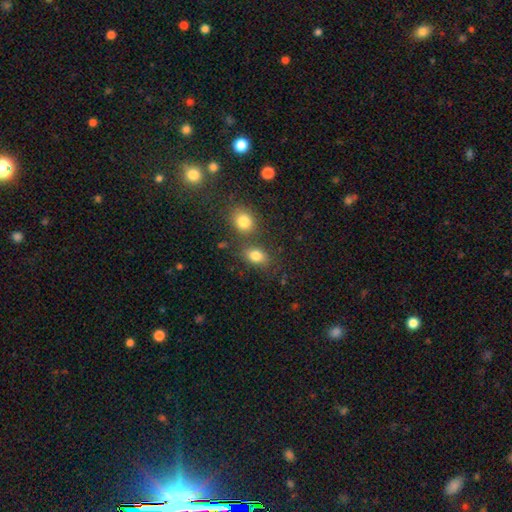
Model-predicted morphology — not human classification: Overall: smooth (81%). How rounded: in between (72%). Merging: none (62%; merger 22%).